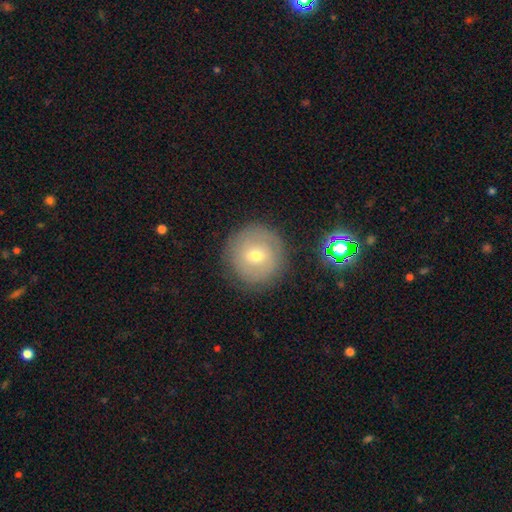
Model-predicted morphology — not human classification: smooth-or-featured: smooth: 52% | featured or disk: 36% | star or artifact: 12%
  how-rounded: round: 94% | in between: 5% | cigar-shaped: 1%
  merging: none: 85% | minor disturbance: 10% | major disturbance: 4% | merger: 2%